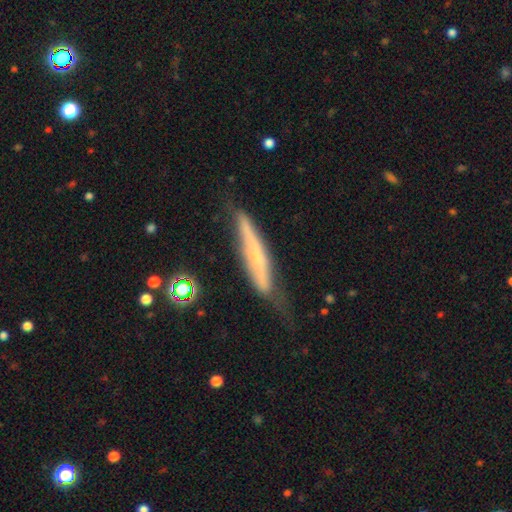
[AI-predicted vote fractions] featured or disk 57%, smooth 34%, star or artifact 8%. Down the decision tree: edge-on disk — yes (77%); merging — none (57%).